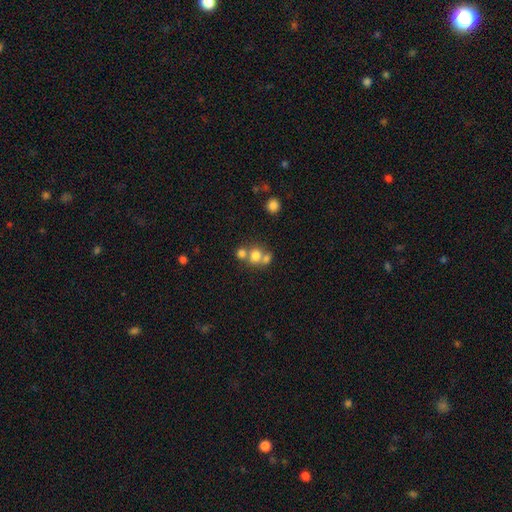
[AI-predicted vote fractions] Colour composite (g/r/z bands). It shows a smooth galaxy with no disk features (69%) that is round (79%). Merging: merger (50%).